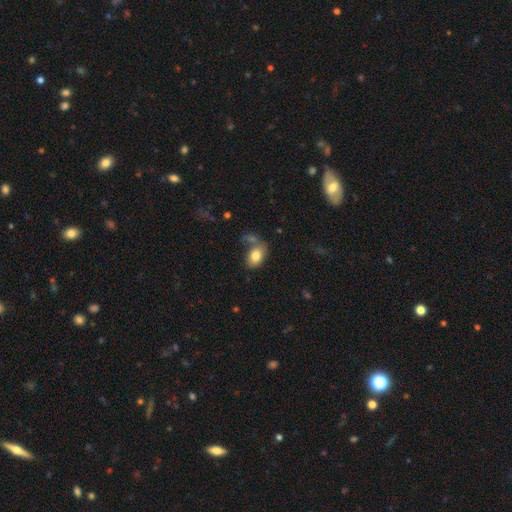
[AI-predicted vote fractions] Smooth or featured? Predicted: smooth (p=0.81). How rounded? Predicted: in between (p=0.81). Merging? Predicted: none (p=0.49).